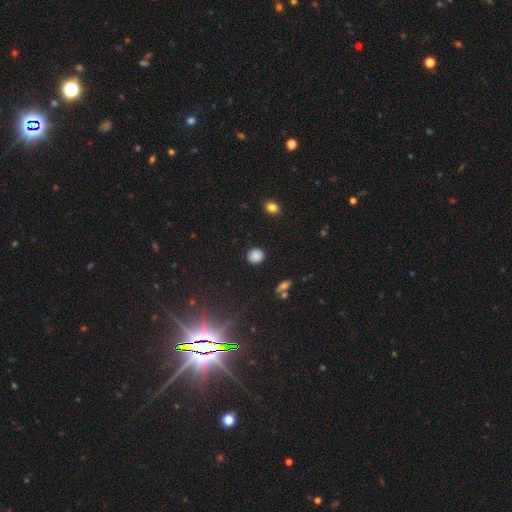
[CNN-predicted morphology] The model was most divided on "how rounded": round: 82%, in between: 17%, cigar-shaped: 1%. More confident: merging — none (89%); smooth or featured — smooth (84%).